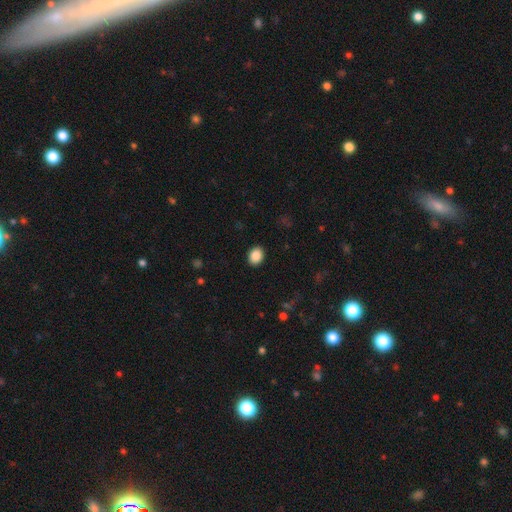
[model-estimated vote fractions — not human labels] A smooth galaxy with no disk features (88%) that is in between round and cigar-shaped (52%). Merging: none (91%).